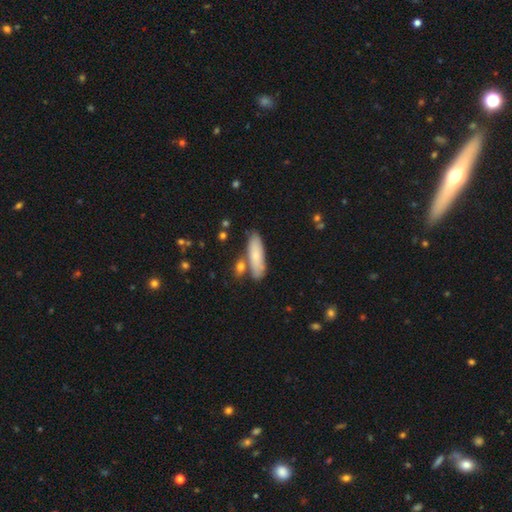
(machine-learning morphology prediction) Smooth or featured?
  - smooth: 75% *
  - featured or disk: 19%
  - star or artifact: 6%
How rounded?
  - cigar-shaped: 53% *
  - in between: 44%
  - round: 2%
Merging?
  - none: 73% *
  - minor disturbance: 13%
  - merger: 11%
  - major disturbance: 3%